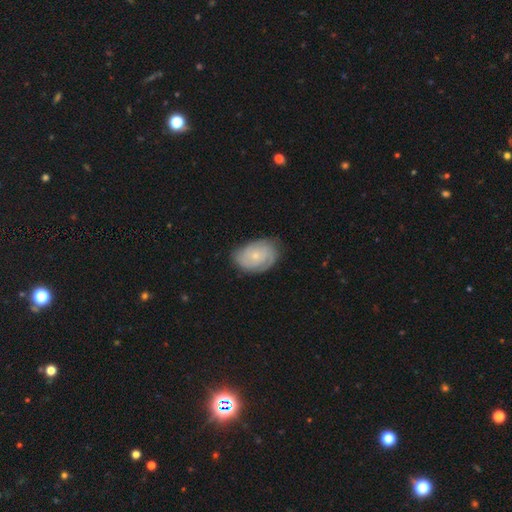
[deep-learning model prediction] Smooth or featured? Predicted: featured or disk (p=0.65). Edge-on disk? Predicted: no (p=0.97). Bar? Predicted: no (p=0.79). Spiral arms? Predicted: yes (p=0.89). Spiral winding? Predicted: tight (p=0.69). Spiral arm count? Predicted: can't tell (p=0.39). Bulge size? Predicted: small (p=0.75). Merging? Predicted: none (p=0.75).